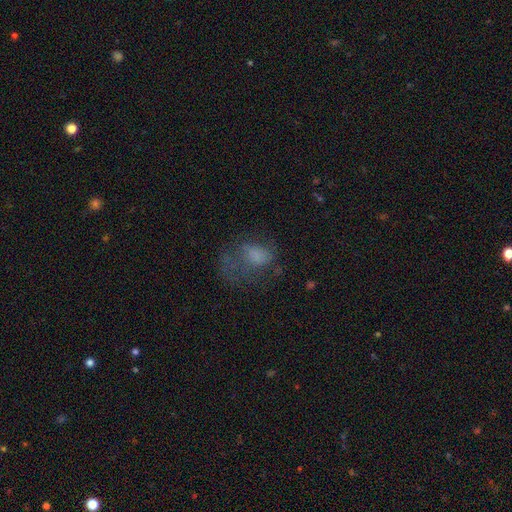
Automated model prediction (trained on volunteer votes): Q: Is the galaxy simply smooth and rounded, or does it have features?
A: smooth — 53%.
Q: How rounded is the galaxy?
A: in between — 69%.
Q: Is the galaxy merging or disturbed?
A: major disturbance — 50%.